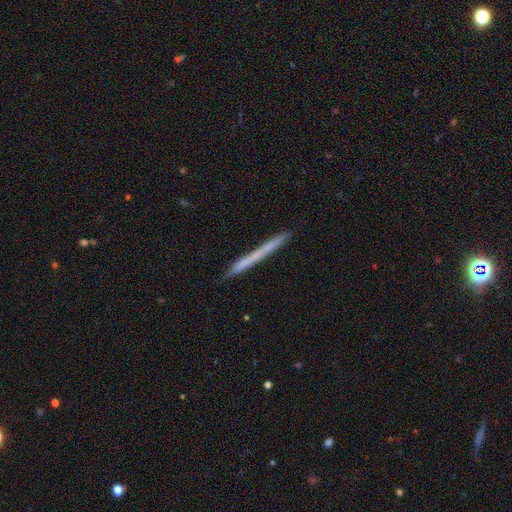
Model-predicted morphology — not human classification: type=smooth (54%); roundness=cigar-shaped (97%); merging=none (89%).